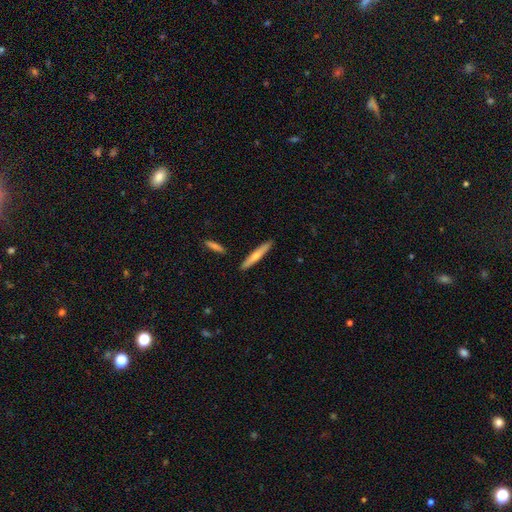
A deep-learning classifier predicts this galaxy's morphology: A smooth galaxy with no disk features (57%) that is cigar-shaped (93%). Merging: none (89%).